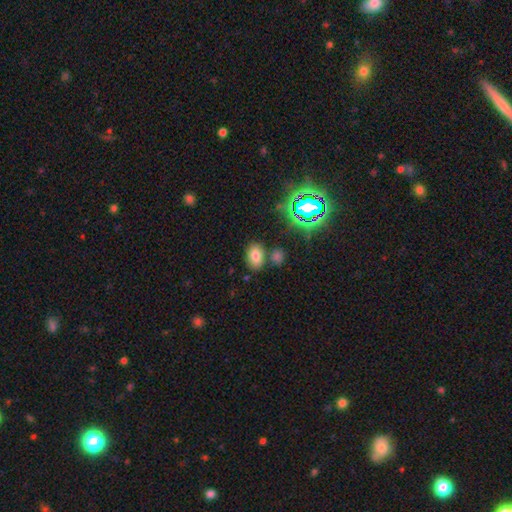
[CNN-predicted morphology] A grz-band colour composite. It shows a smooth galaxy with no disk features (71%) that is in between round and cigar-shaped (85%). Merging: none (74%).